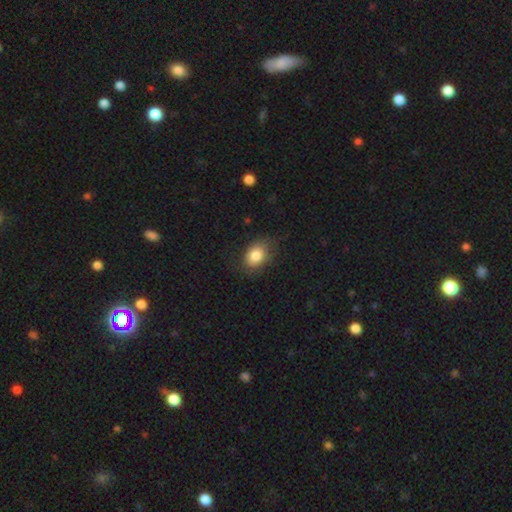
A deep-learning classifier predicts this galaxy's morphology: smooth 82%, featured or disk 9%, star or artifact 8%. Down the decision tree: how rounded — in between (68%); merging — none (71%).